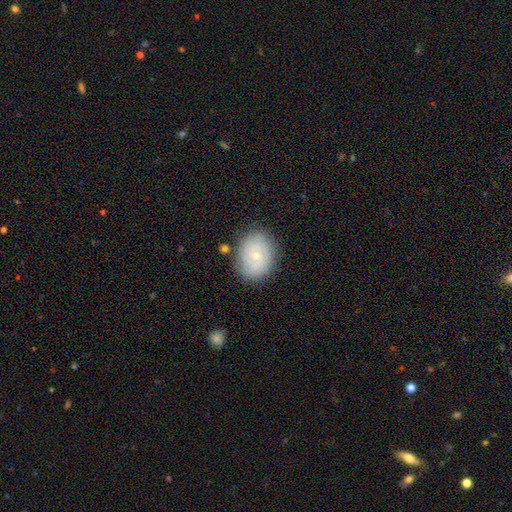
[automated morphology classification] smooth-or-featured: smooth: 49% | featured or disk: 43% | star or artifact: 8%
  merging: none: 82% | minor disturbance: 13% | major disturbance: 3% | merger: 2%